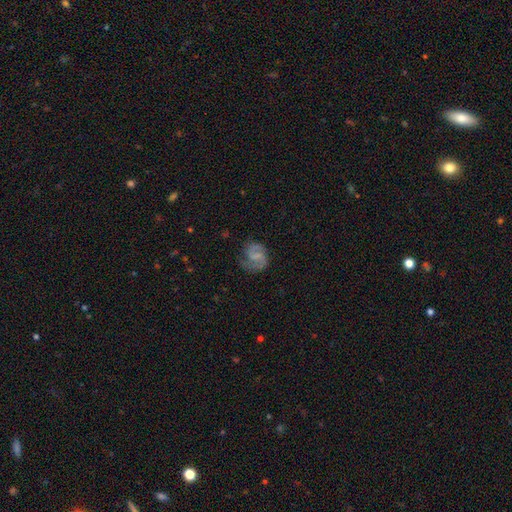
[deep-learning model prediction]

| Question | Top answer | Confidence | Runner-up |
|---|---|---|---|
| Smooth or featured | featured or disk | 71% | smooth (22%) |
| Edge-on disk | no | 98% | yes (2%) |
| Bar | weak | 49% | no (35%) |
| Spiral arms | yes | 93% | no (7%) |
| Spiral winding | medium | 50% | loose (28%) |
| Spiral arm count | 2 | 84% | can't tell (6%) |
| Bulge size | none | 52% | small (31%) |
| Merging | none | 67% | minor disturbance (20%) |